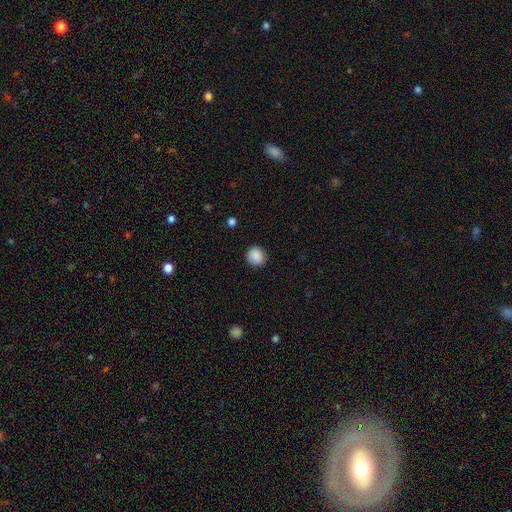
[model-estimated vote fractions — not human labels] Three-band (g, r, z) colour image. It shows a smooth galaxy with no disk features (88%) that is round (89%). Merging: none (89%).